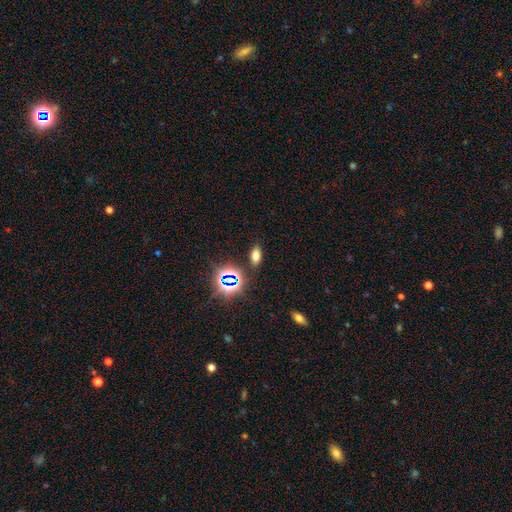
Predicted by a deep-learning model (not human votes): smooth-or-featured: smooth: 65% | star or artifact: 26% | featured or disk: 9%
  how-rounded: in between: 85% | cigar-shaped: 8% | round: 7%
  merging: none: 86% | minor disturbance: 9% | major disturbance: 3% | merger: 3%